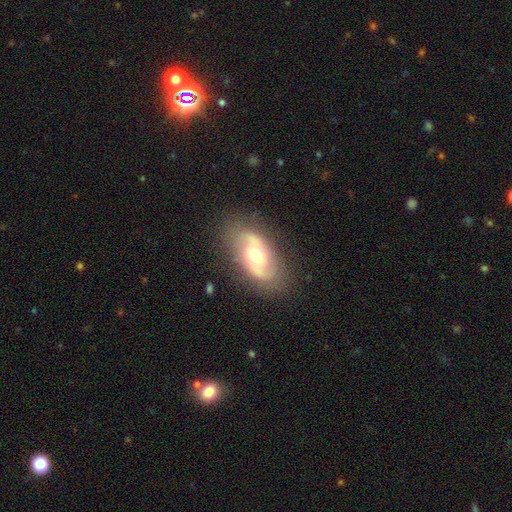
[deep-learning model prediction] smooth-or-featured: featured or disk: 73% | smooth: 20% | star or artifact: 6%
  disk-edge-on: no: 94% | yes: 6%
    bar: no: 53% | weak: 34% | strong: 13%
    has-spiral-arms: yes: 83% | no: 17%
      spiral-winding: medium: 43% | loose: 33% | tight: 24%
      spiral-arm-count: 2: 85% | can't tell: 9% | 1: 3% | 3: 2% | 4: 1% | more than 4: 1%
    bulge-size: moderate: 68% | small: 20% | large: 9% | dominant: 1% | none: 1%
  merging: none: 80% | minor disturbance: 13% | major disturbance: 5% | merger: 1%